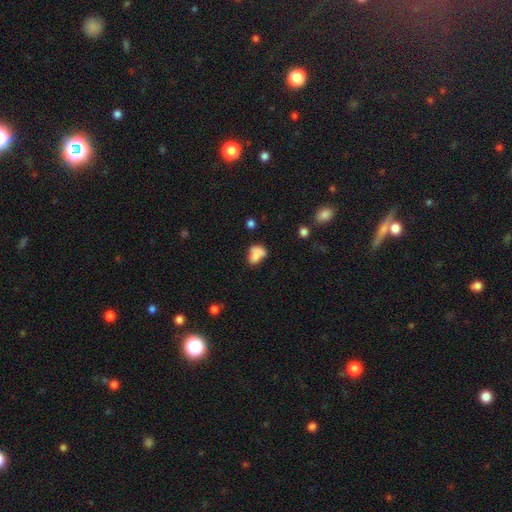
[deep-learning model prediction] This is likely a smooth galaxy (71%). How rounded: likely in between (77%). Merging: marginally none (34%).